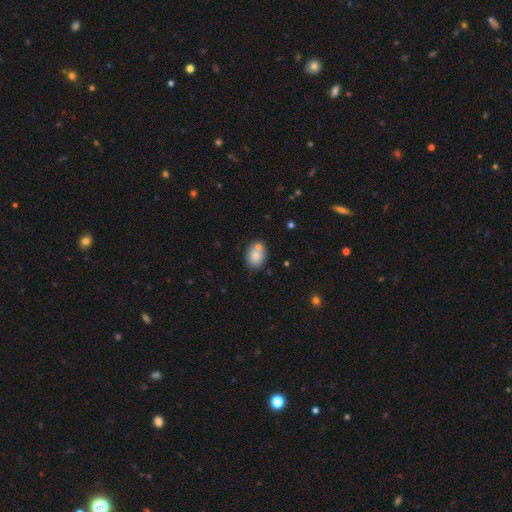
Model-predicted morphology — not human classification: smooth 82%, featured or disk 10%, star or artifact 9%. Down the decision tree: how rounded — in between (59%); merging — none (60%).